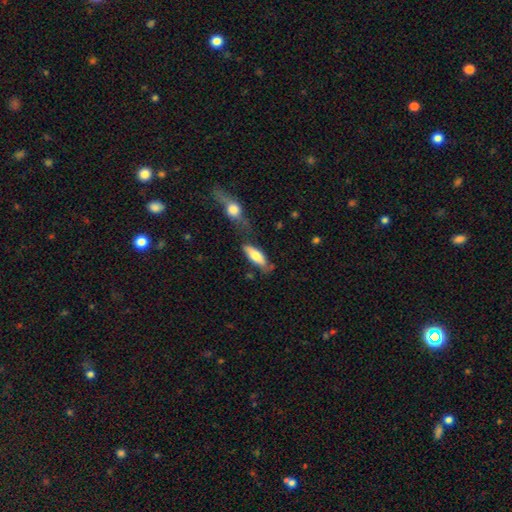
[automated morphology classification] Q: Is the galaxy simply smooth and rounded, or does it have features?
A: smooth — 70%.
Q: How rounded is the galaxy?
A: in between — 65%.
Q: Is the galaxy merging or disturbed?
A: none — 55%.